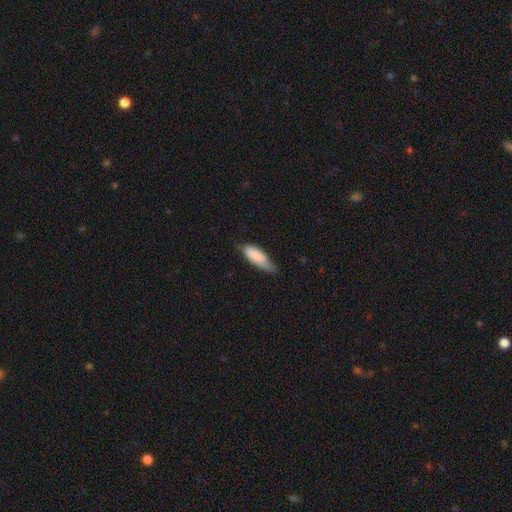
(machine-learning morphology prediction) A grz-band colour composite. It shows a smooth galaxy with no disk features (81%) that is in between round and cigar-shaped (65%). Merging: none (44%, tied with minor disturbance).